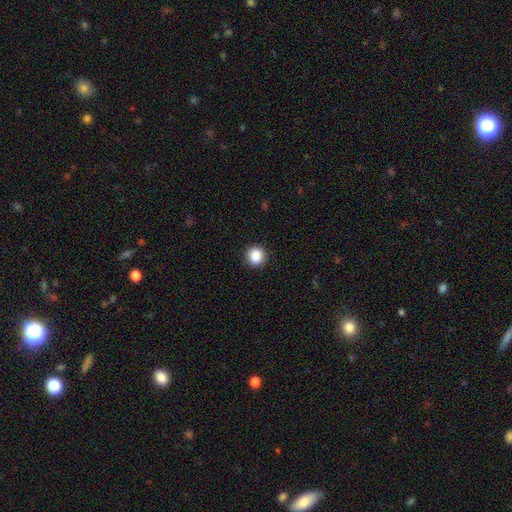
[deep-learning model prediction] smooth 88%, star or artifact 9%, featured or disk 3%. Down the decision tree: how rounded — round (88%); merging — none (91%).